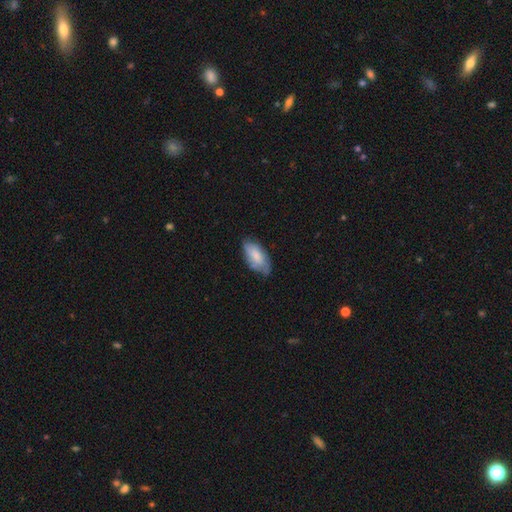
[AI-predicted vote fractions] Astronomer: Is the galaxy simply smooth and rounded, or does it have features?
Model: smooth — 69%.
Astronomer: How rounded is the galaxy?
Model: in between — 90%.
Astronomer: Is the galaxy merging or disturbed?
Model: none — 62%.